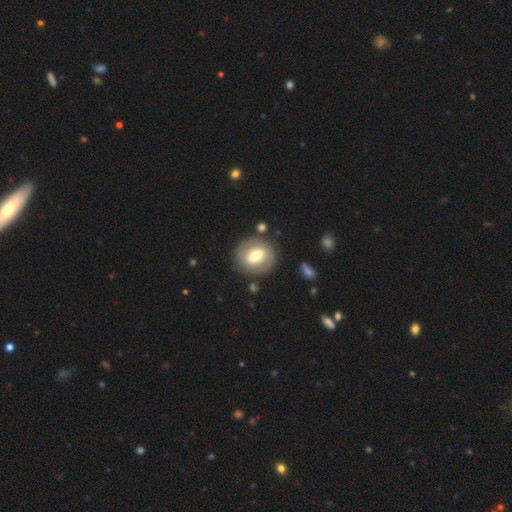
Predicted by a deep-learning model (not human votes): smooth_or_featured: smooth (p=0.48) [alt: featured or disk p=0.46]
merging: none (p=0.82) [alt: minor disturbance p=0.10]